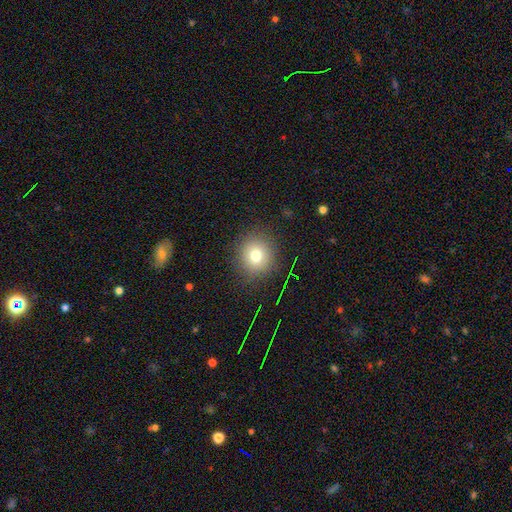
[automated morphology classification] This is likely a smooth galaxy (73%). How rounded: clearly round (88%). Merging: clearly none (88%).